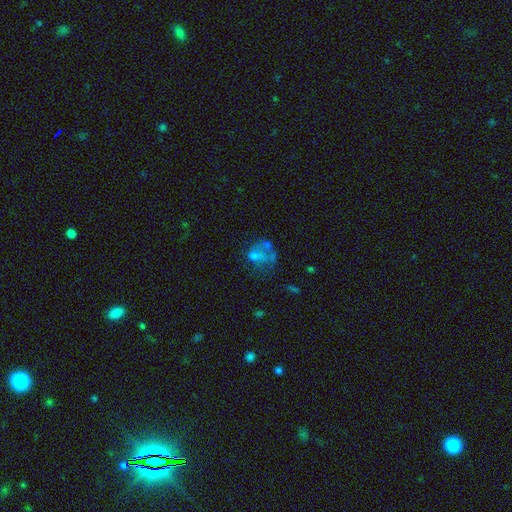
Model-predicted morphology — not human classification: Smooth or featured? Predicted: smooth (p=0.42). Merging? Predicted: major disturbance (p=0.33).